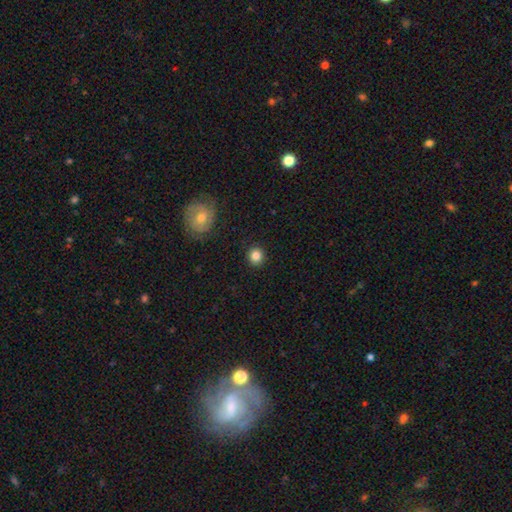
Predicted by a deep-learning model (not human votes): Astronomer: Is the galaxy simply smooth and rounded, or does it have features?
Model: smooth — 84%.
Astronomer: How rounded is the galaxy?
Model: round — 89%.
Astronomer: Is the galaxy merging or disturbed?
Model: none — 91%.